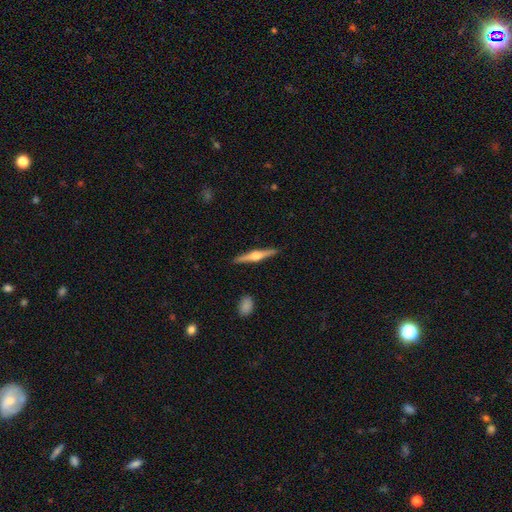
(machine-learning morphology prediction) smooth_or_featured: featured or disk (p=0.73) [alt: smooth p=0.22]
disk_edge_on: yes (p=0.98) [alt: no p=0.02]
edge_on_bulge: rounded (p=0.94) [alt: boxy p=0.04]
merging: none (p=0.91) [alt: minor disturbance p=0.06]